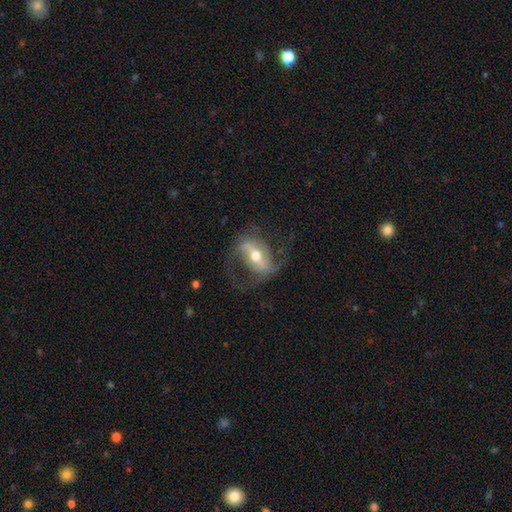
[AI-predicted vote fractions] Overall: featured or disk (81%). Edge-on disk: no (94%). Bar: strong (49%; weak 34%). Spiral arms: yes (88%). Spiral arm count: 2 (84%). Spiral winding: loose (45%; medium 42%). Bulge size: moderate (72%). Merging: none (61%).